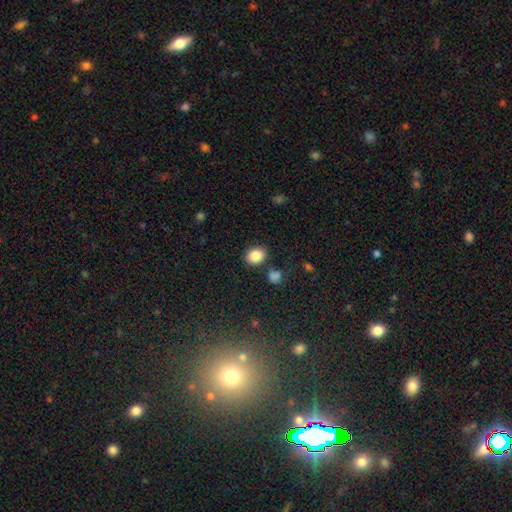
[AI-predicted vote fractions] The model was most divided on "how rounded": round: 52%, in between: 47%, cigar-shaped: 1%. More confident: smooth or featured — smooth (86%); merging — none (82%).